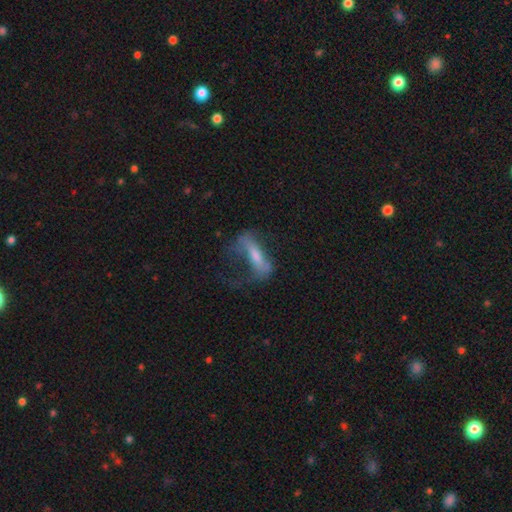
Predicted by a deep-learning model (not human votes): A featured or disk galaxy (50%).

Vote fractions:
- Smooth or featured? featured or disk: 50% / smooth: 39% / star or artifact: 11%
- Edge-on disk? no: 68% / yes: 32%
- Merging? major disturbance: 43% / none: 33% / minor disturbance: 20% / merger: 3%